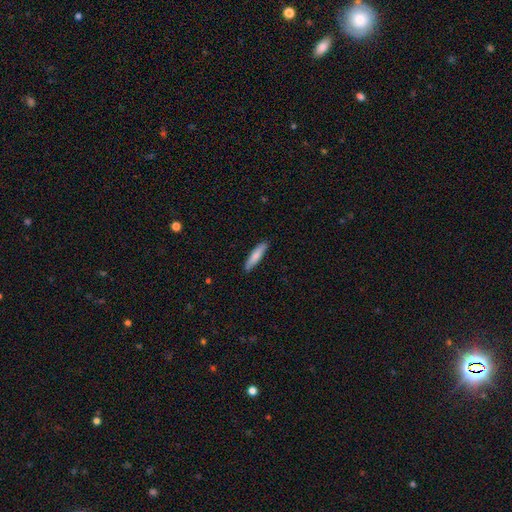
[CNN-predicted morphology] Smooth or featured?
  - smooth: 80% *
  - featured or disk: 15%
  - star or artifact: 5%
How rounded?
  - cigar-shaped: 81% *
  - in between: 18%
  - round: 1%
Merging?
  - none: 89% *
  - minor disturbance: 9%
  - major disturbance: 2%
  - merger: 1%